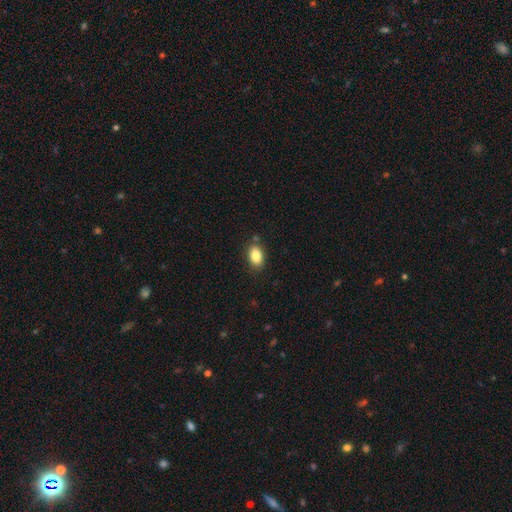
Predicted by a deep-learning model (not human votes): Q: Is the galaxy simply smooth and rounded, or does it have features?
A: smooth — 86%.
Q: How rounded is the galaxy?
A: in between — 88%.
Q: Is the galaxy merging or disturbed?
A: none — 82%.